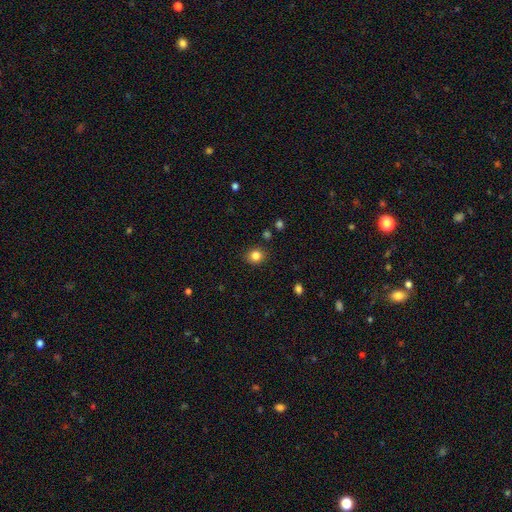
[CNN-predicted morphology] Smooth or featured: smooth — 83% (star or artifact — 12%)
How rounded: round — 79% (in between — 20%)
Merging: none — 88% (minor disturbance — 8%)